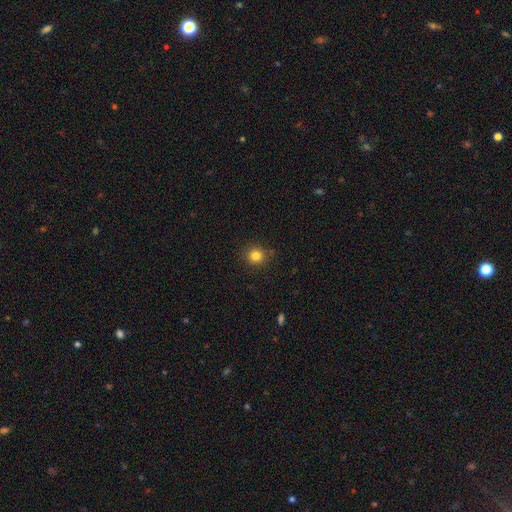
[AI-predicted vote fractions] smooth 83%, star or artifact 12%, featured or disk 5%. Down the decision tree: how rounded — round (89%); merging — none (88%).